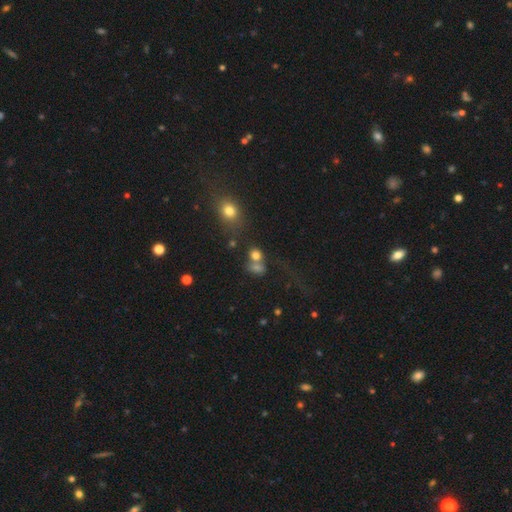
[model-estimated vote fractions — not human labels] Smooth or featured?
  - smooth: 73% *
  - star or artifact: 15%
  - featured or disk: 12%
How rounded?
  - round: 60% *
  - in between: 38%
  - cigar-shaped: 2%
Merging?
  - merger: 46% *
  - none: 35%
  - minor disturbance: 10%
  - major disturbance: 9%